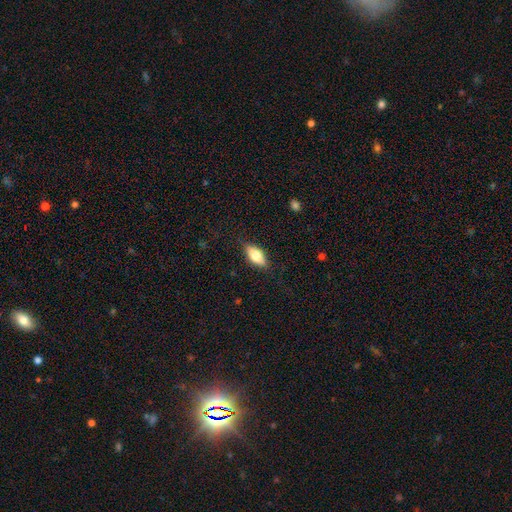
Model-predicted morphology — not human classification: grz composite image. It shows a smooth galaxy with no disk features (73%) that is in between round and cigar-shaped (83%). Merging: none (84%).